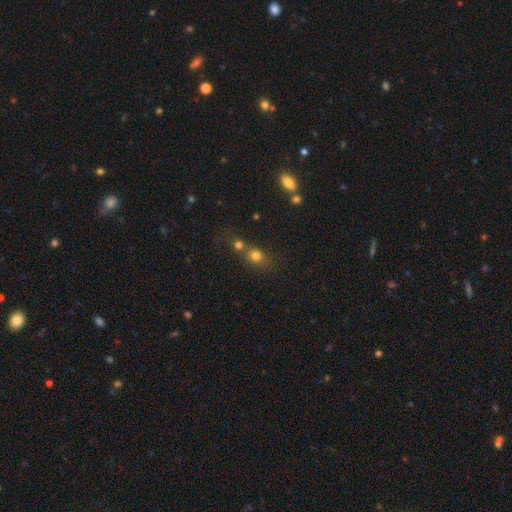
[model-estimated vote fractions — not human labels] A smooth galaxy with no disk features (73%) that is round (70%).

Vote fractions:
- Smooth or featured? smooth: 73% / star or artifact: 16% / featured or disk: 11%
- How rounded? round: 70% / in between: 28% / cigar-shaped: 2%
- Merging? merger: 45% / none: 42% / minor disturbance: 8% / major disturbance: 5%